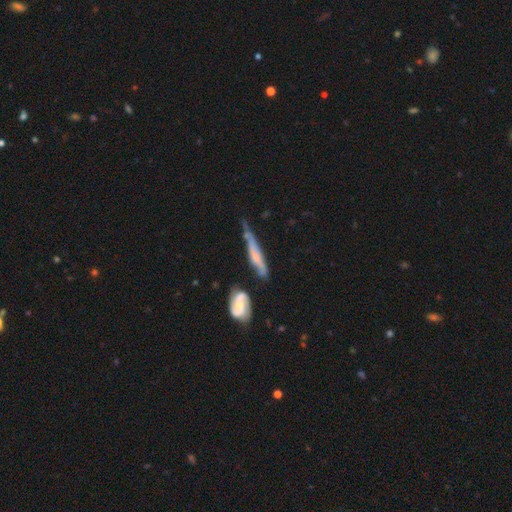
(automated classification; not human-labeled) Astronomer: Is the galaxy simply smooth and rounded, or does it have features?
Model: featured or disk — 53% (runner-up: smooth, 39%).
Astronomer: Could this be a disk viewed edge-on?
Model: yes — 70%.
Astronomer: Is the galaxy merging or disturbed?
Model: none — 43% (runner-up: minor disturbance, 31%).